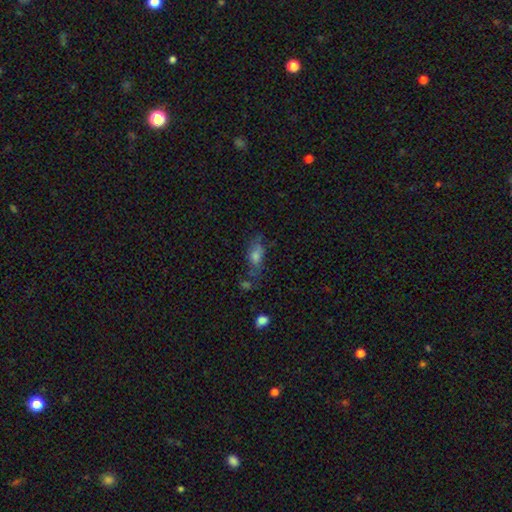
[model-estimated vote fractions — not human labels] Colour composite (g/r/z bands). It shows a smooth galaxy with no disk features (52%) that is in between round and cigar-shaped (68%). Merging: none (60%).